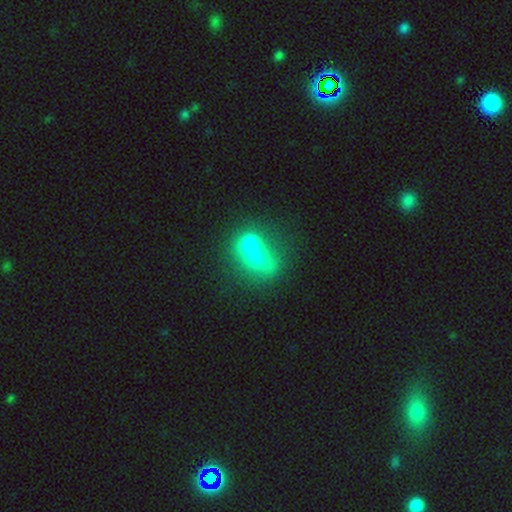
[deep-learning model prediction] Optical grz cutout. It shows a smooth galaxy with no disk features (65%) that is round (51%). Merging: merger (66%).